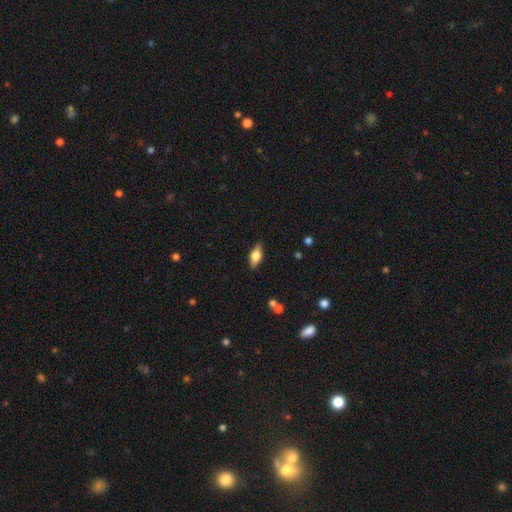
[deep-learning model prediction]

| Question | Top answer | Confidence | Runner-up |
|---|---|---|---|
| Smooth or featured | smooth | 57% | featured or disk (36%) |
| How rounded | in between | 78% | cigar-shaped (18%) |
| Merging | none | 86% | minor disturbance (10%) |